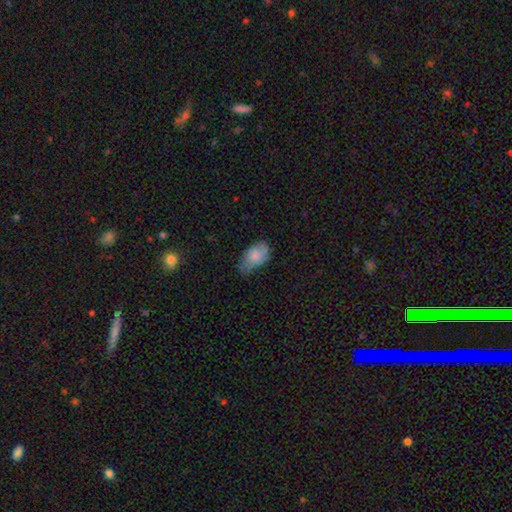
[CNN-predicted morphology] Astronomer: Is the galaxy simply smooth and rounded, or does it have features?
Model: smooth — 76%.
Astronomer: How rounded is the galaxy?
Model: in between — 92%.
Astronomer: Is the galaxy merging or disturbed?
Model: none — 45% (runner-up: minor disturbance, 41%).